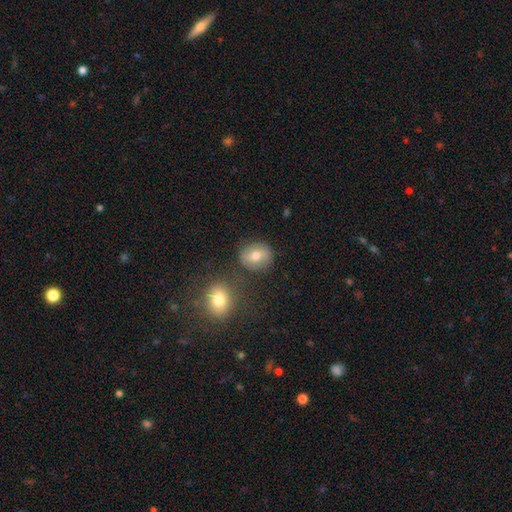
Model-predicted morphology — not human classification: Smooth or featured? Predicted: smooth (p=0.68). How rounded? Predicted: round (p=0.71). Merging? Predicted: none (p=0.77).